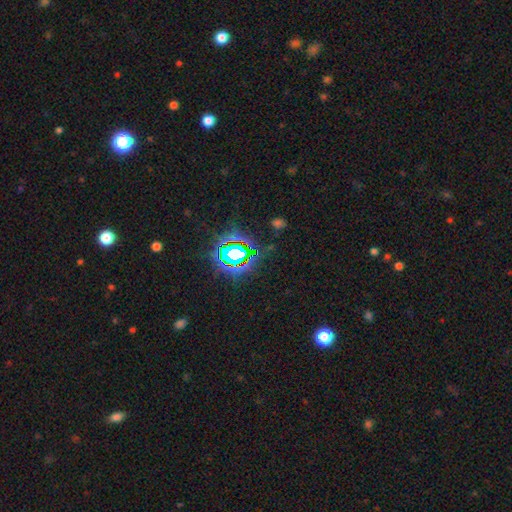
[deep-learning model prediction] star or artifact 80%, smooth 13%, featured or disk 8%.